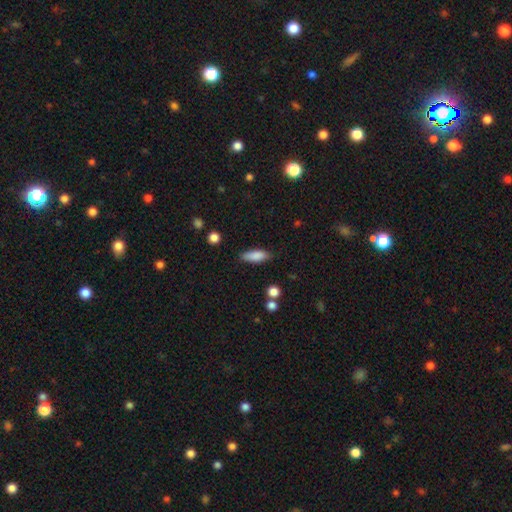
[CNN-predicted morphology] Overall: smooth (83%). How rounded: in between (60%; cigar-shaped 38%). Merging: none (80%).